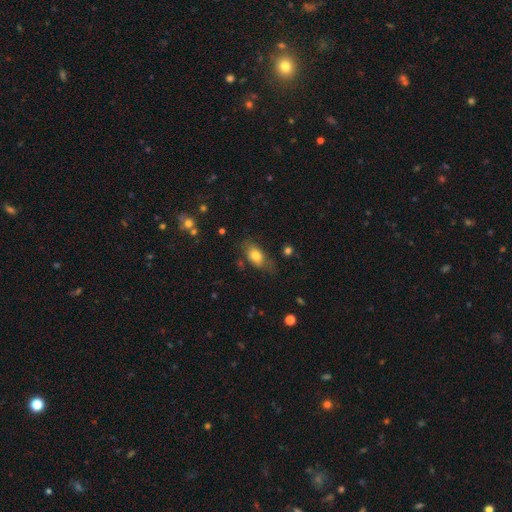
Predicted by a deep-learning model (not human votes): A smooth galaxy with no disk features (74%) that is in between round and cigar-shaped (85%).

Vote fractions:
- Smooth or featured? smooth: 74% / featured or disk: 17% / star or artifact: 9%
- How rounded? in between: 85% / round: 9% / cigar-shaped: 6%
- Merging? none: 65% / minor disturbance: 24% / major disturbance: 8% / merger: 3%